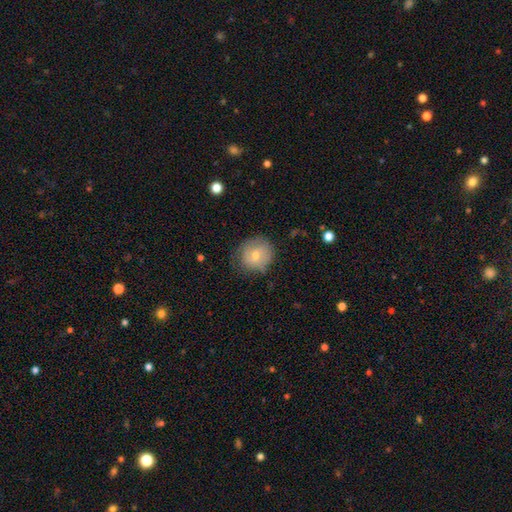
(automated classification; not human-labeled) smooth_or_featured: smooth (p=0.63) [alt: featured or disk p=0.30]
how_rounded: round (p=0.86) [alt: in between p=0.13]
merging: none (p=0.71) [alt: minor disturbance p=0.21]